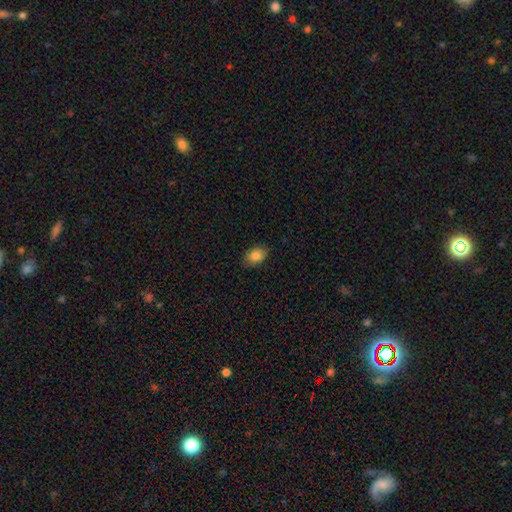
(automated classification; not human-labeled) A smooth galaxy with no disk features (84%) that is in between round and cigar-shaped (80%).

Vote fractions:
- Smooth or featured? smooth: 84% / star or artifact: 8% / featured or disk: 7%
- How rounded? in between: 80% / round: 19% / cigar-shaped: 1%
- Merging? none: 83% / minor disturbance: 14% / major disturbance: 3% / merger: 1%